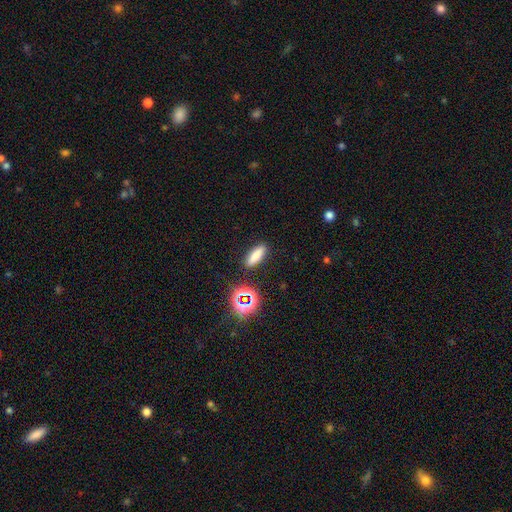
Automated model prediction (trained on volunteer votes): Smooth or featured: smooth — 76% (star or artifact — 15%)
How rounded: cigar-shaped — 50% (in between — 45%)
Merging: none — 87% (minor disturbance — 8%)